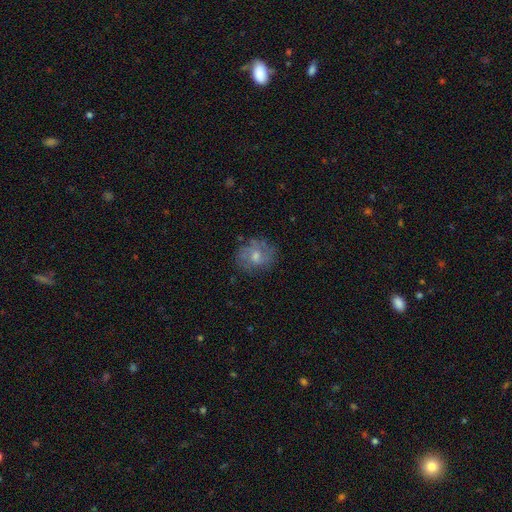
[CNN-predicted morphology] smooth-or-featured: featured or disk: 46% | smooth: 41% | star or artifact: 13%
  merging: none: 74% | minor disturbance: 18% | major disturbance: 7% | merger: 2%